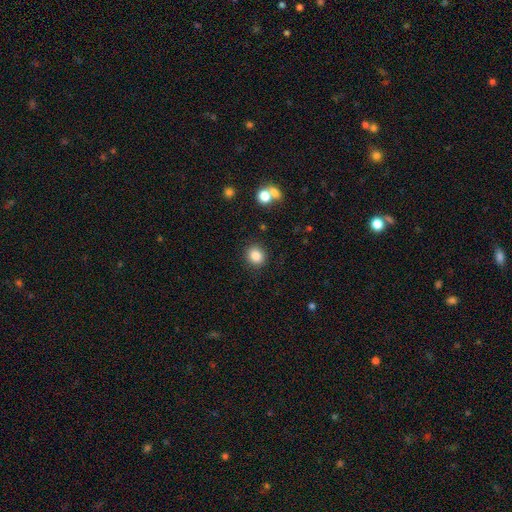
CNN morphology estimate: Q: Smooth or featured?
A: smooth (84%); runner-up: star or artifact (11%)
Q: How rounded?
A: round (82%); runner-up: in between (17%)
Q: Merging?
A: none (88%); runner-up: minor disturbance (7%)